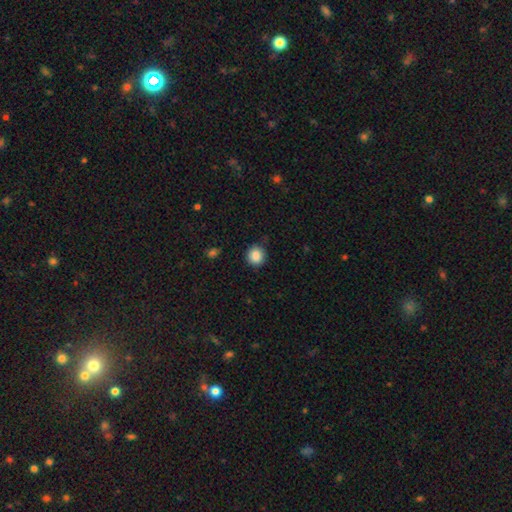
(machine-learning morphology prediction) smooth 88%, star or artifact 9%, featured or disk 3%. Down the decision tree: how rounded — round (89%); merging — none (87%).